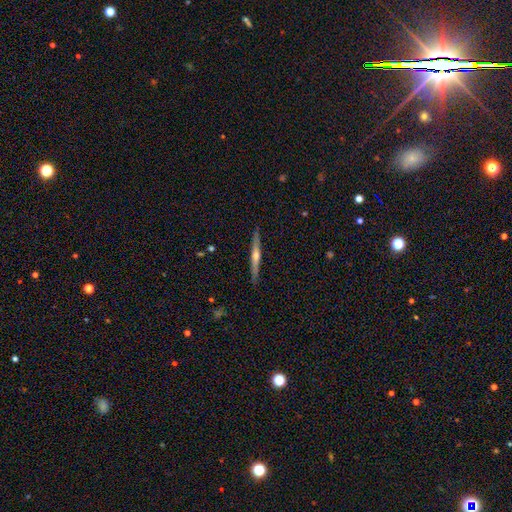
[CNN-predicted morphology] smooth_or_featured: featured or disk (p=0.71) [alt: smooth p=0.23]
disk_edge_on: yes (p=0.98) [alt: no p=0.02]
edge_on_bulge: rounded (p=0.84) [alt: none p=0.12]
merging: none (p=0.90) [alt: minor disturbance p=0.07]